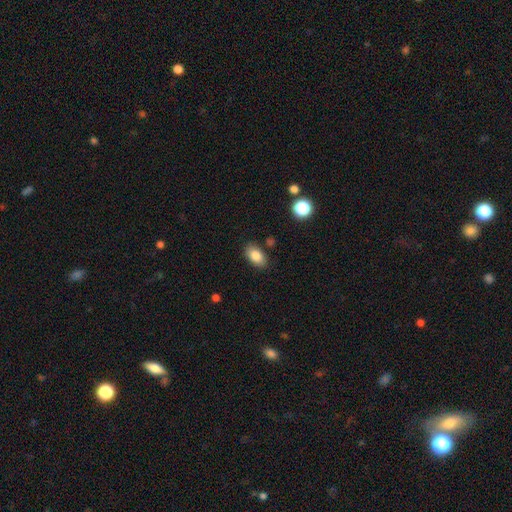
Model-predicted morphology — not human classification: smooth 84%, star or artifact 8%, featured or disk 7%. Down the decision tree: how rounded — in between (90%); merging — none (84%).